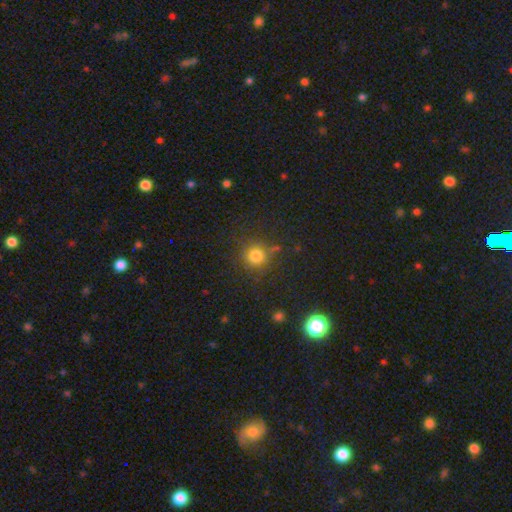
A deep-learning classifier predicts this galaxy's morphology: smooth-or-featured: smooth: 75% | star or artifact: 18% | featured or disk: 7%
  how-rounded: round: 93% | in between: 6% | cigar-shaped: 1%
  merging: none: 82% | minor disturbance: 11% | major disturbance: 5% | merger: 3%